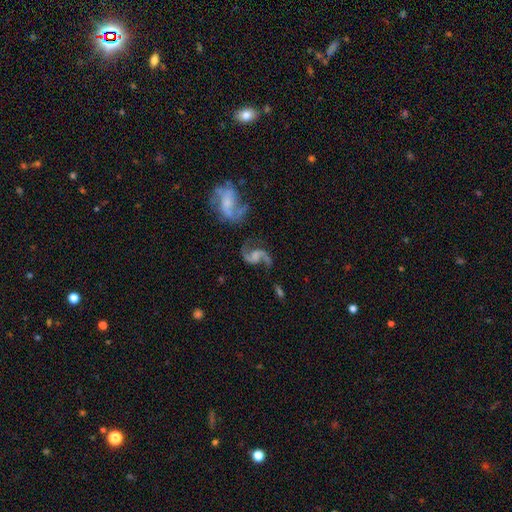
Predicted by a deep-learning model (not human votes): A featured or disk galaxy (88%) with no bar (47%), 2 (92%) loose (68%) spiral arms (96%) and no central bulge (55%).

Vote fractions:
- Smooth or featured? featured or disk: 88% / smooth: 6% / star or artifact: 6%
- Edge-on disk? no: 98% / yes: 2%
- Bar? no: 47% / weak: 42% / strong: 11%
- Spiral arms? yes: 96% / no: 4%
- Spiral winding? loose: 68% / medium: 27% / tight: 4%
- Spiral arm count? 2: 92% / 1: 3% / can't tell: 2% / 3: 1% / 4: 1% / more than 4: 1%
- Bulge size? none: 55% / small: 22% / moderate: 16% / large: 5% / dominant: 1%
- Merging? none: 61% / minor disturbance: 18% / major disturbance: 14% / merger: 7%